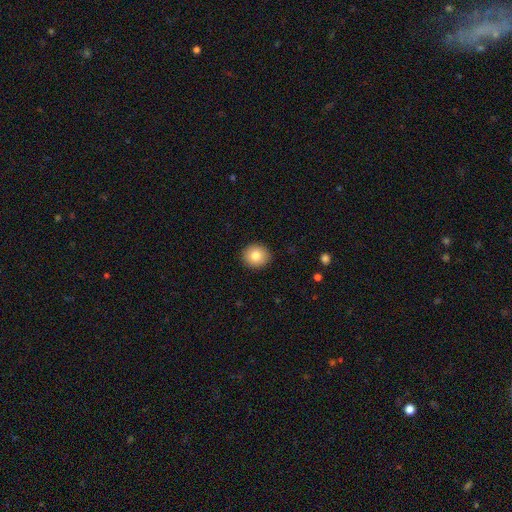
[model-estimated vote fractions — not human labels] Smooth or featured: smooth — 81% (featured or disk — 10%)
How rounded: round — 89% (in between — 10%)
Merging: none — 92% (minor disturbance — 5%)